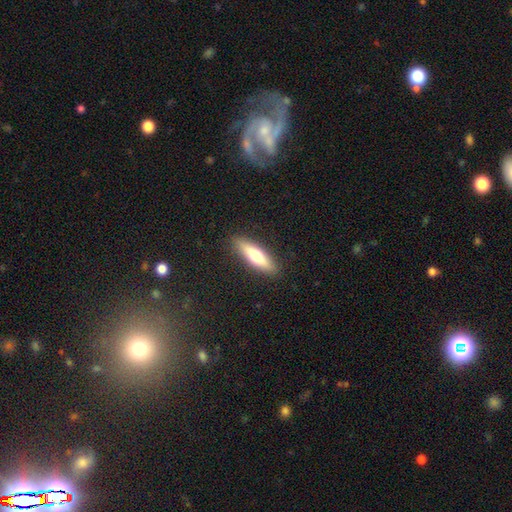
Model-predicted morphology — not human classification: Smooth or featured? smooth (67%)
How rounded? cigar-shaped (67%)
Merging? none (89%)